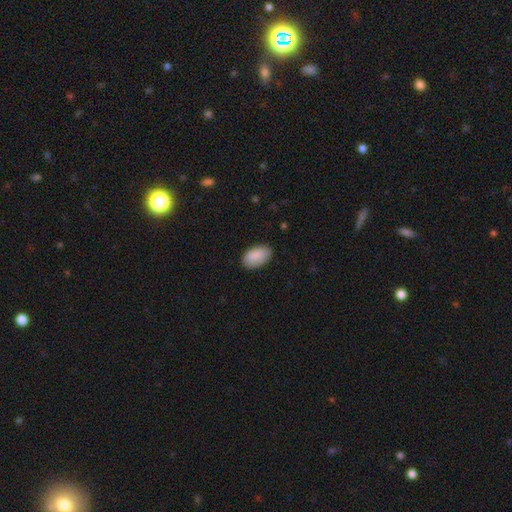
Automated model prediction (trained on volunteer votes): The model was most divided on "merging": none: 81%, minor disturbance: 15%, major disturbance: 3%, merger: 1%. More confident: how rounded — in between (95%); smooth or featured — smooth (88%).